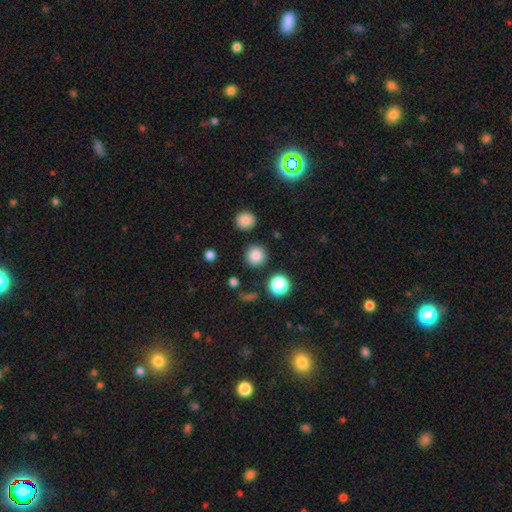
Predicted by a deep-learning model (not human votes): A smooth galaxy with no disk features (83%) that is round (94%).

Vote fractions:
- Smooth or featured? smooth: 83% / star or artifact: 13% / featured or disk: 4%
- How rounded? round: 94% / in between: 5% / cigar-shaped: 1%
- Merging? none: 88% / minor disturbance: 6% / merger: 3% / major disturbance: 3%